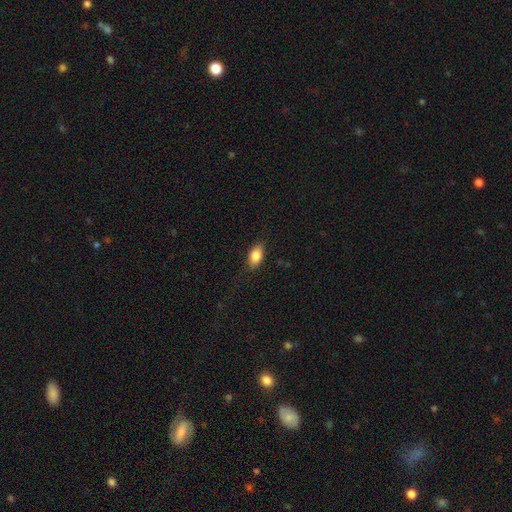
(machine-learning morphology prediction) A smooth galaxy with no disk features (83%) that is in between round and cigar-shaped (87%).

Vote fractions:
- Smooth or featured? smooth: 83% / featured or disk: 9% / star or artifact: 7%
- How rounded? in between: 87% / round: 8% / cigar-shaped: 5%
- Merging? none: 80% / minor disturbance: 15% / major disturbance: 4% / merger: 1%